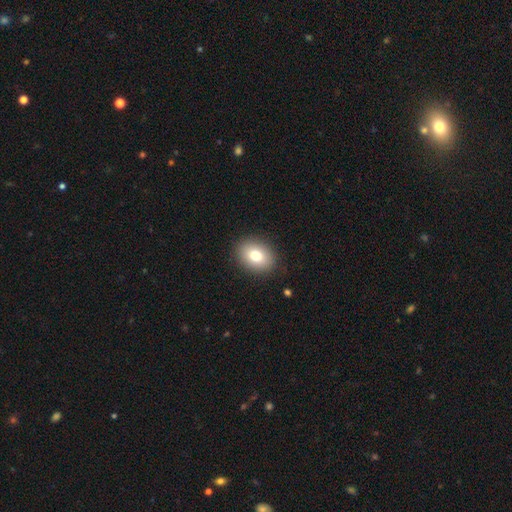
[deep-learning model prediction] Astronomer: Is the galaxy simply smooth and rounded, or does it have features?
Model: smooth — 79%.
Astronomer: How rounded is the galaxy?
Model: in between — 62% (runner-up: round, 37%).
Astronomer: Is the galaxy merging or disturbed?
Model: none — 89%.